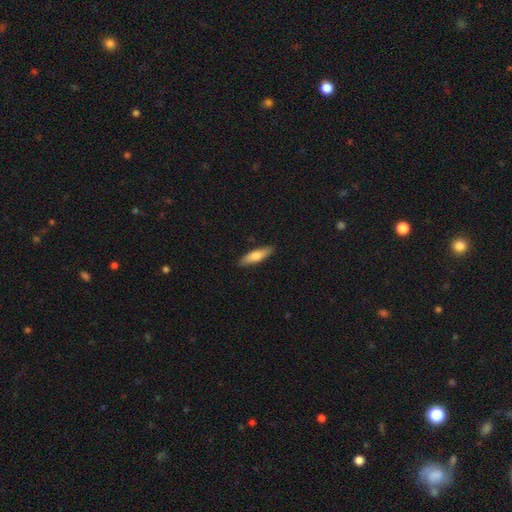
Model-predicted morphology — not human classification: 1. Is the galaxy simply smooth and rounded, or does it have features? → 73% smooth, 22% featured or disk, 6% star or artifact.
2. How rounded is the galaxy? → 68% cigar-shaped, 30% in between, 2% round.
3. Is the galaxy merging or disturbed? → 89% none, 8% minor disturbance, 2% major disturbance, 1% merger.